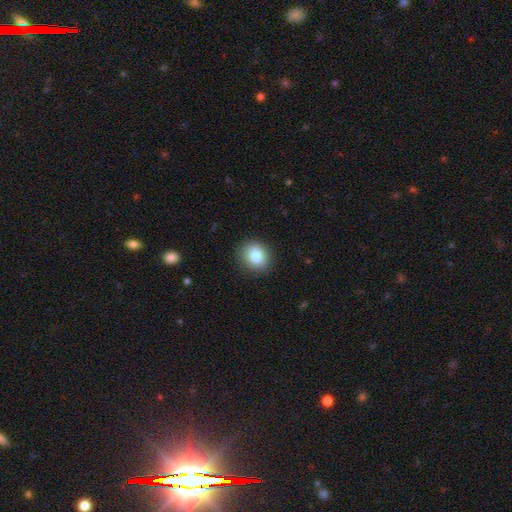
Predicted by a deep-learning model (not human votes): This is clearly a smooth galaxy (85%). How rounded: likely round (70%). Merging: clearly none (89%).